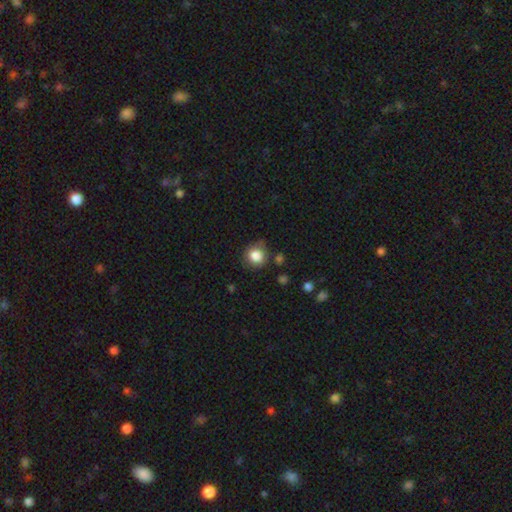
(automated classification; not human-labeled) Smooth or featured? Predicted: smooth (p=0.84). How rounded? Predicted: round (p=0.85). Merging? Predicted: none (p=0.75).